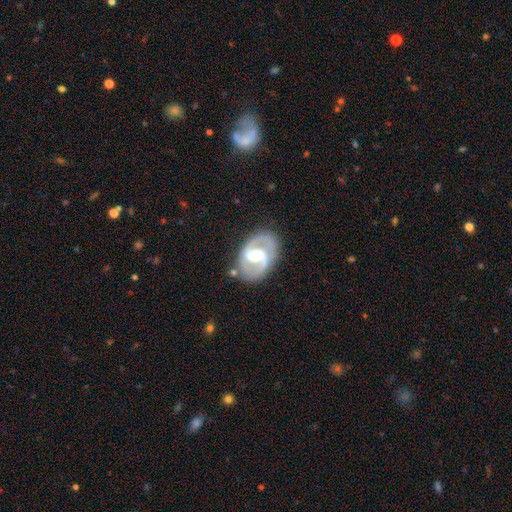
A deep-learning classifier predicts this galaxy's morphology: Overall: featured or disk (89%). Edge-on disk: no (97%). Bar: weak (50%; strong 31%). Spiral arms: yes (95%). Spiral arm count: 2 (92%). Spiral winding: medium (57%; tight 29%). Bulge size: moderate (70%). Merging: none (80%).